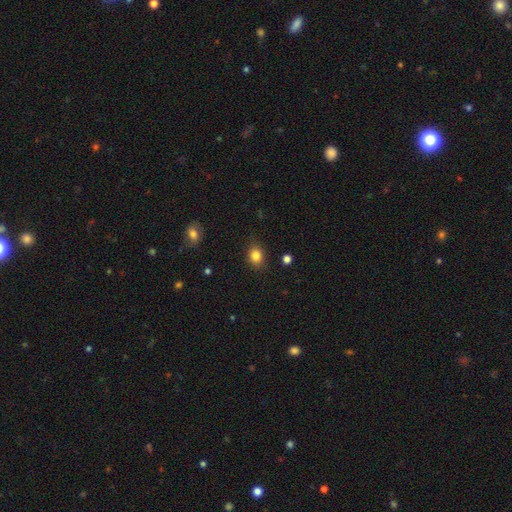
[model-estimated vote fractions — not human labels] This appears to be a smooth galaxy with no disk features (84%) that is round (58%). Merging: none (83%).